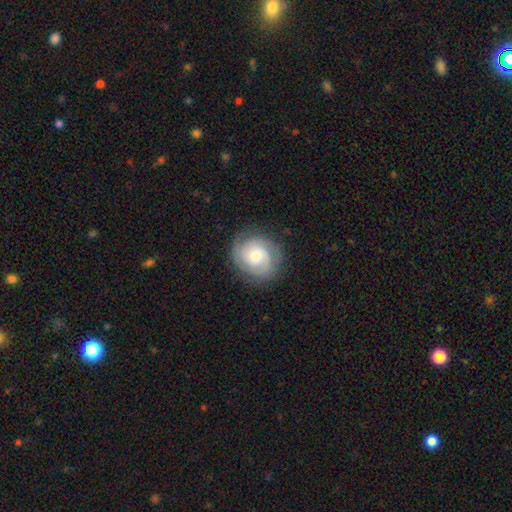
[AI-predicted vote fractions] This is likely a featured or disk galaxy (72%). It is clearly not viewed edge-on (98%). Bar: likely no (69%). Spiral arm pattern: clearly yes (94%). Spiral arm count: marginally 2 (38%). Spiral winding: likely tight (62%). Central bulge: possibly moderate (55%). Merging: clearly none (81%).